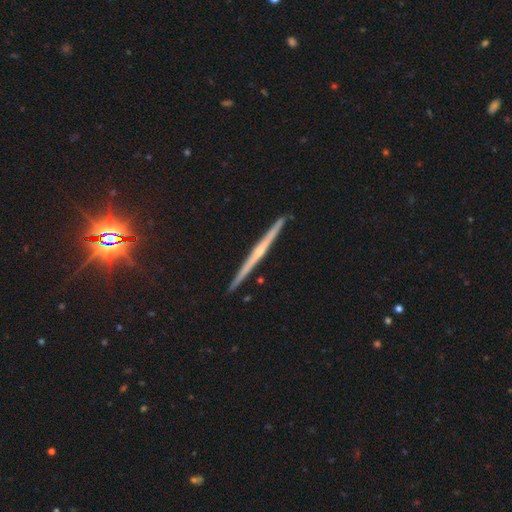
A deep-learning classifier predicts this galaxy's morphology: Smooth or featured: featured or disk — 77% (smooth — 14%)
Edge-on disk: yes — 98% (no — 2%)
Edge-on bulge: rounded — 57% (none — 36%)
Merging: none — 92% (minor disturbance — 6%)